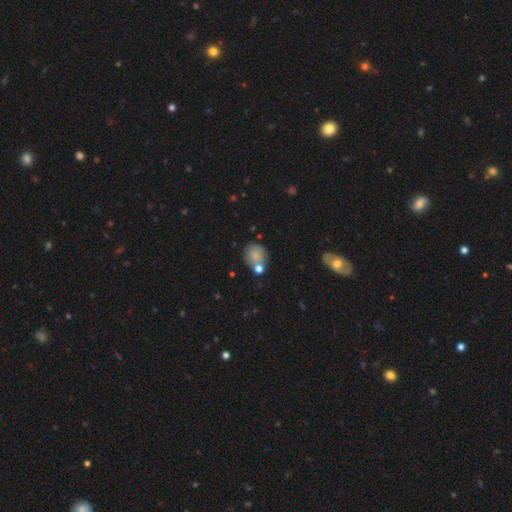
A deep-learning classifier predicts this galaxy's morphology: Q: Smooth or featured?
A: smooth (77%); runner-up: featured or disk (12%)
Q: How rounded?
A: round (76%); runner-up: in between (22%)
Q: Merging?
A: none (59%); runner-up: minor disturbance (18%)